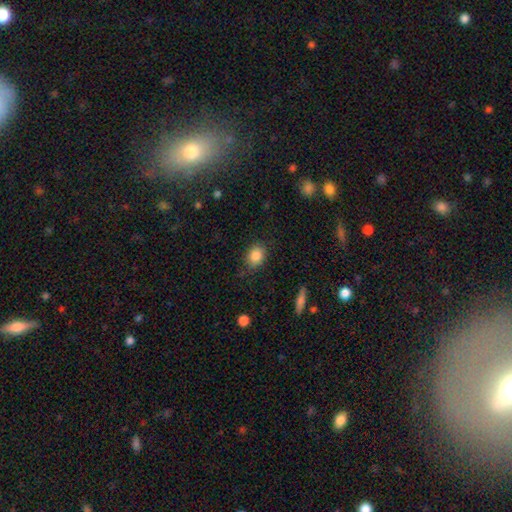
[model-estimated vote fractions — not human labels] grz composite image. It shows a smooth galaxy with no disk features (85%) that is in between round and cigar-shaped (57%). Merging: none (82%).